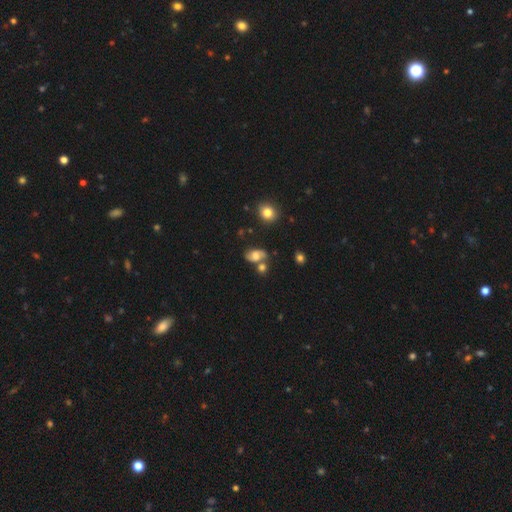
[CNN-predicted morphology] A smooth galaxy with no disk features (45%). Merging: none (48%).